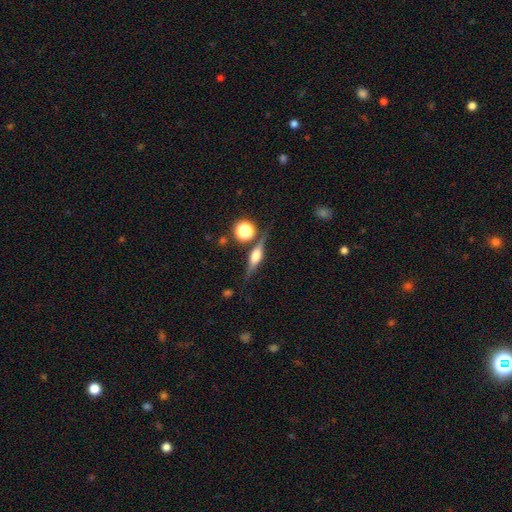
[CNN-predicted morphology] smooth-or-featured: featured or disk: 68% | smooth: 23% | star or artifact: 9%
  disk-edge-on: yes: 95% | no: 5%
    edge-on-bulge: rounded: 85% | boxy: 12% | none: 3%
  merging: none: 79% | minor disturbance: 12% | merger: 5% | major disturbance: 4%